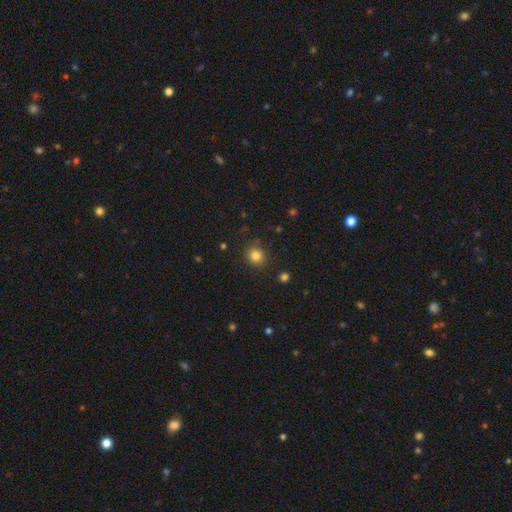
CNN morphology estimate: A smooth galaxy with no disk features (82%) that is round (85%). Merging: none (86%).